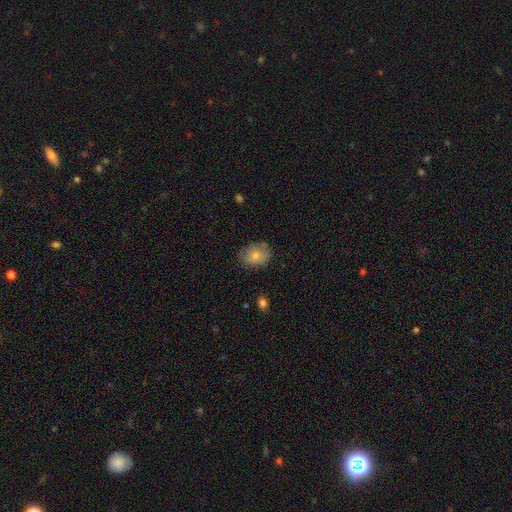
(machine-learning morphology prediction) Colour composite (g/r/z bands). It shows a smooth galaxy with no disk features (75%) that is in between round and cigar-shaped (56%). Merging: none (75%).